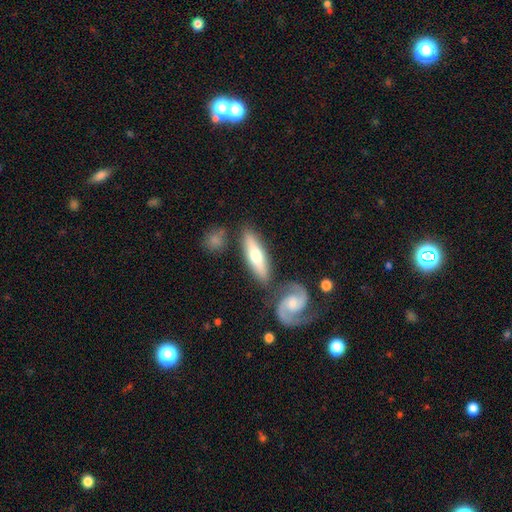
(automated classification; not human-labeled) smooth_or_featured: smooth (p=0.48) [alt: featured or disk p=0.47]
merging: none (p=0.74) [alt: minor disturbance p=0.12]